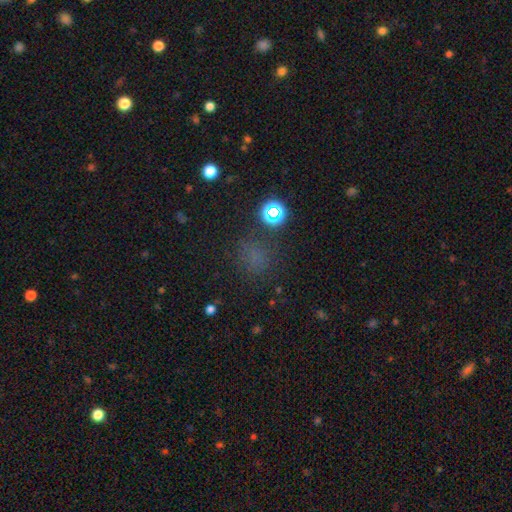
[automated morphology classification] Smooth or featured? Predicted: smooth (p=0.63). How rounded? Predicted: round (p=0.78). Merging? Predicted: none (p=0.75).